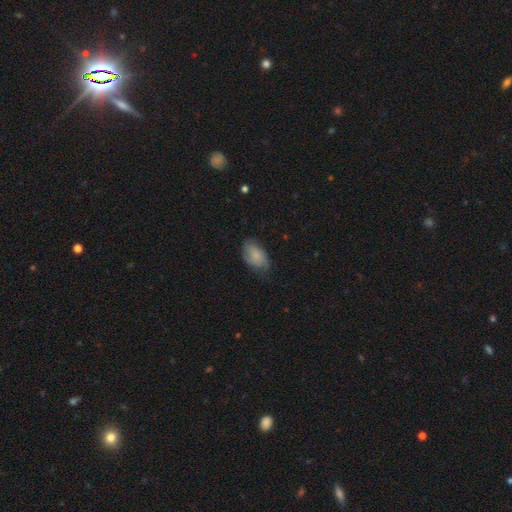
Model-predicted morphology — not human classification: smooth 74%, featured or disk 19%, star or artifact 7%. Down the decision tree: how rounded — in between (91%); merging — none (58%).